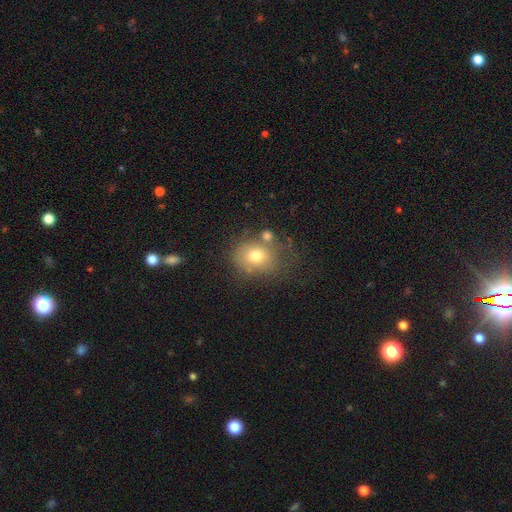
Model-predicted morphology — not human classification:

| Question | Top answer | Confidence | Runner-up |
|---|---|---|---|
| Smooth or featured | smooth | 73% | featured or disk (15%) |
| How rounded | round | 53% | in between (46%) |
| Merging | none | 58% | minor disturbance (20%) |